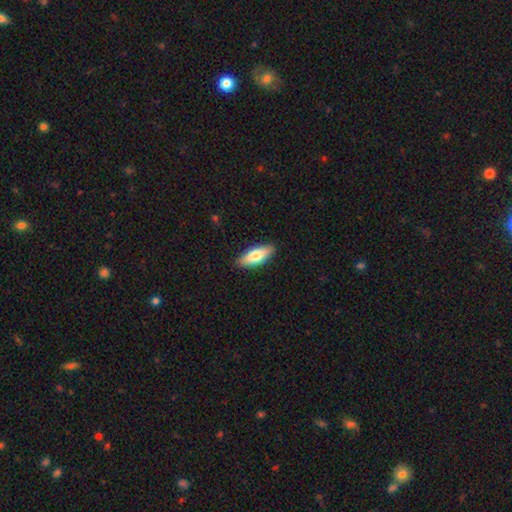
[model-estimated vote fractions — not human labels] smooth-or-featured: smooth: 72% | featured or disk: 22% | star or artifact: 5%
  how-rounded: in between: 68% | cigar-shaped: 30% | round: 2%
  merging: none: 89% | minor disturbance: 8% | major disturbance: 2% | merger: 1%